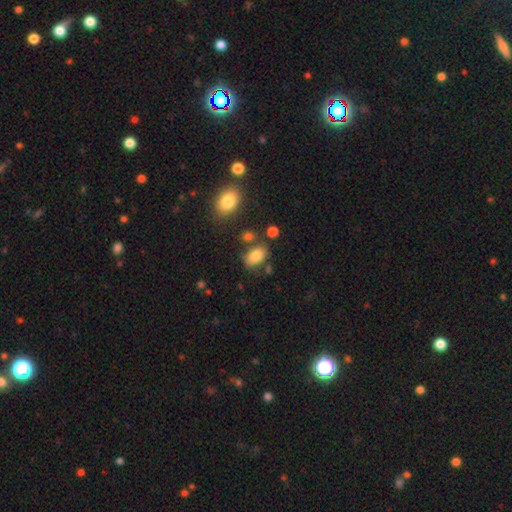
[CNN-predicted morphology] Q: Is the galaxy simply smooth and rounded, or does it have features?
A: smooth — 82%.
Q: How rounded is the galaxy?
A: in between — 87%.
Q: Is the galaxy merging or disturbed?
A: none — 71%.